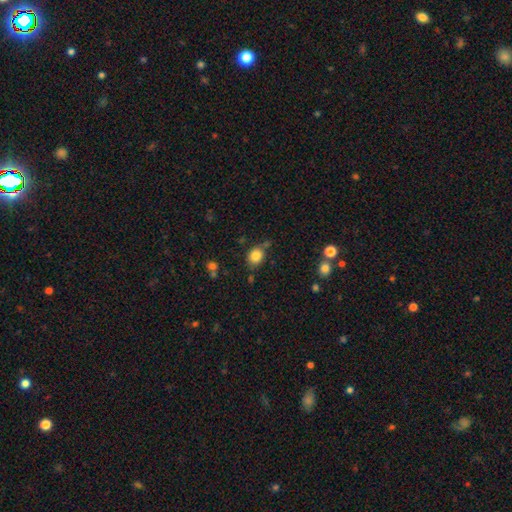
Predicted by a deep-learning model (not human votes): smooth 84%, star or artifact 10%, featured or disk 6%. Down the decision tree: how rounded — round (60%); merging — none (67%).